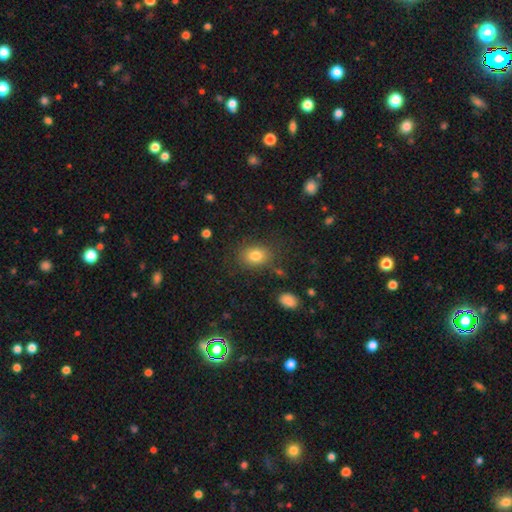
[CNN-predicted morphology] Smooth or featured? smooth (81%)
How rounded? in between (61%)
Merging? none (81%)